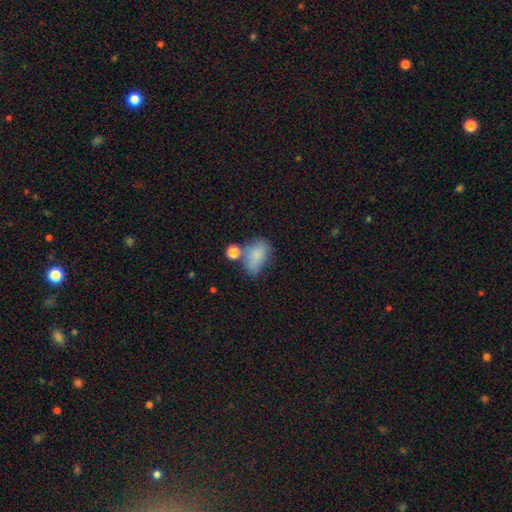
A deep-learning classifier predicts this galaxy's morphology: Smooth or featured? smooth (80%)
How rounded? in between (86%)
Merging? none (48%)